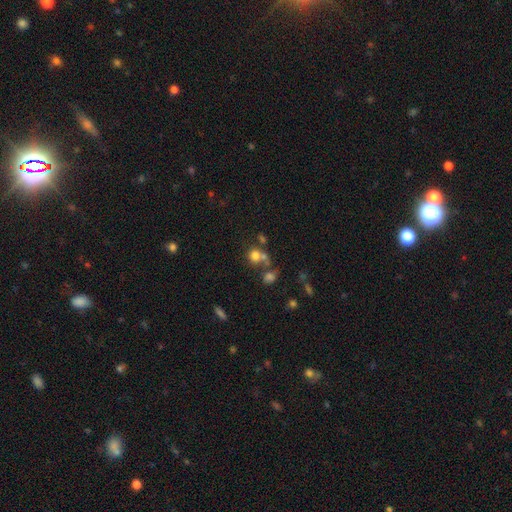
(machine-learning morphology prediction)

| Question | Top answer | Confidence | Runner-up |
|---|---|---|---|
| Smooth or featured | smooth | 72% | star or artifact (15%) |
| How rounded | round | 81% | in between (18%) |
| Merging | none | 44% | merger (39%) |